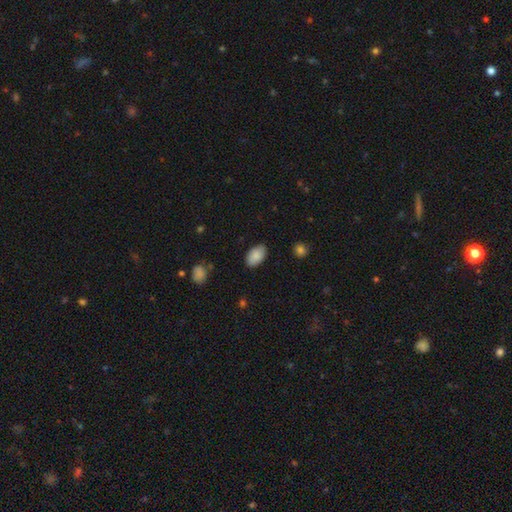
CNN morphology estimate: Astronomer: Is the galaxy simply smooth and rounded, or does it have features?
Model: smooth — 87%.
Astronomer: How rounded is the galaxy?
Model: in between — 93%.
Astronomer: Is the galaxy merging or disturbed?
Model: none — 84%.